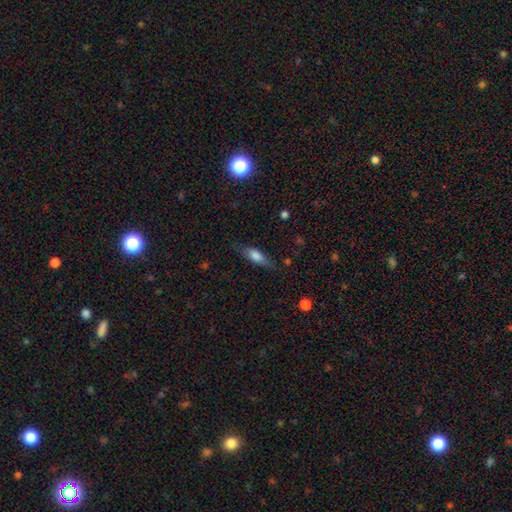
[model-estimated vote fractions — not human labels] smooth_or_featured: smooth (p=0.67) [alt: featured or disk p=0.26]
how_rounded: in between (p=0.55) [alt: cigar-shaped p=0.42]
merging: none (p=0.70) [alt: minor disturbance p=0.21]